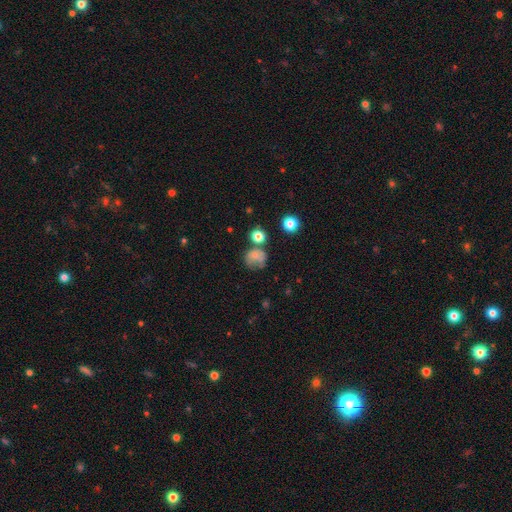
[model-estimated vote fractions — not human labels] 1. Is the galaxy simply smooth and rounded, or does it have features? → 70% smooth, 15% featured or disk, 15% star or artifact.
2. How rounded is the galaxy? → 75% round, 24% in between, 1% cigar-shaped.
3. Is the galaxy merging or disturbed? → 47% none, 24% minor disturbance, 17% major disturbance, 12% merger.